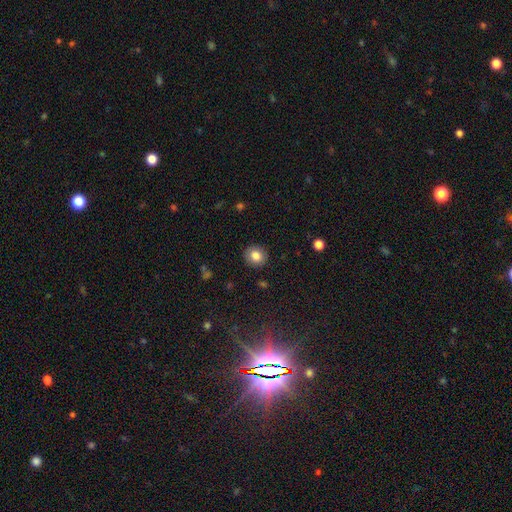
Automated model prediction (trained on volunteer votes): The model was most divided on "how rounded": round: 83%, in between: 16%, cigar-shaped: 1%. More confident: merging — none (90%); smooth or featured — smooth (83%).